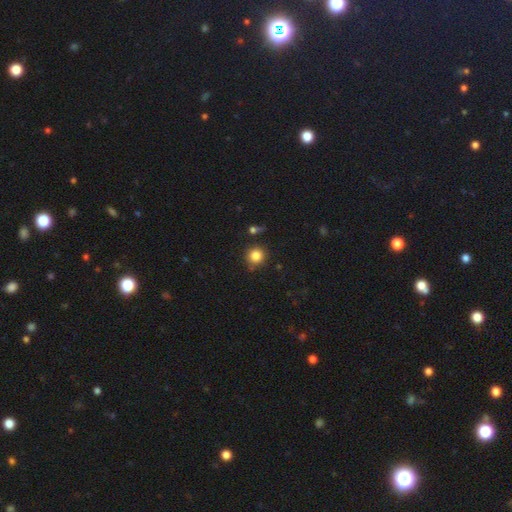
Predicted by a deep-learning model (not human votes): Smooth or featured? Predicted: smooth (p=0.83). How rounded? Predicted: round (p=0.92). Merging? Predicted: none (p=0.82).